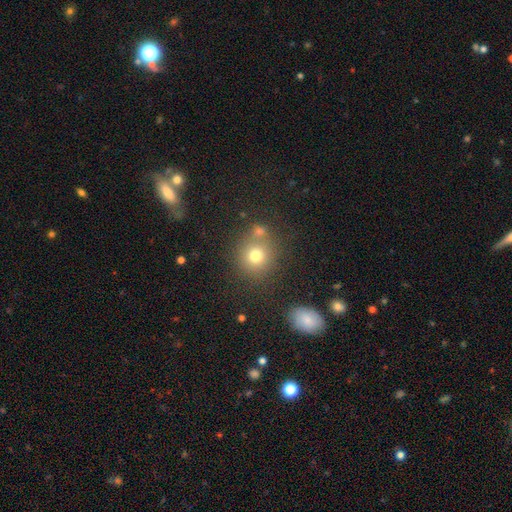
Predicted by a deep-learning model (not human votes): Morphology: type=smooth (74%); roundness=round (86%); merging=none (67%).